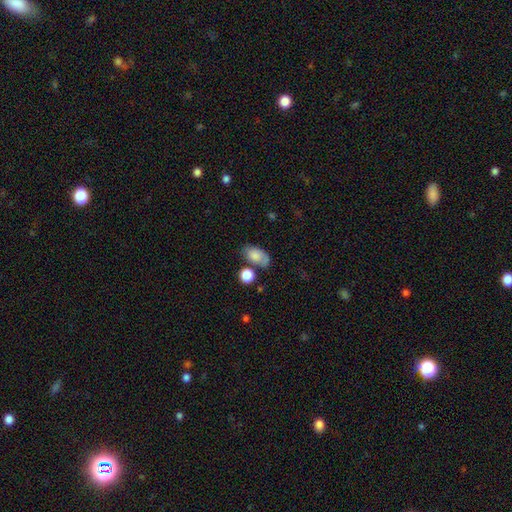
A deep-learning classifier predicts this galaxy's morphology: smooth-or-featured: smooth: 76% | featured or disk: 16% | star or artifact: 9%
  how-rounded: in between: 86% | round: 11% | cigar-shaped: 2%
  merging: none: 53% | minor disturbance: 23% | merger: 15% | major disturbance: 9%